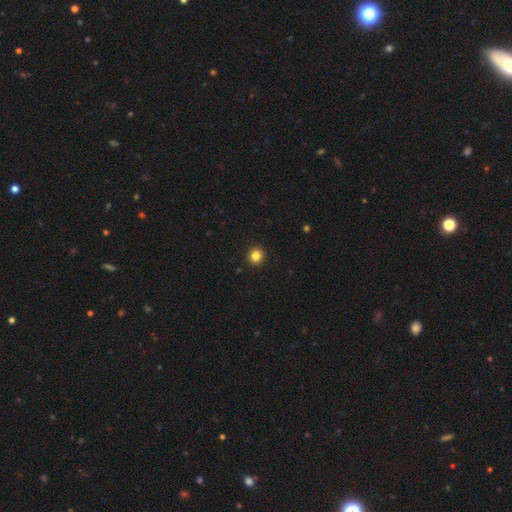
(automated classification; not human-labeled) Overall: smooth (83%). How rounded: round (93%). Merging: none (93%).